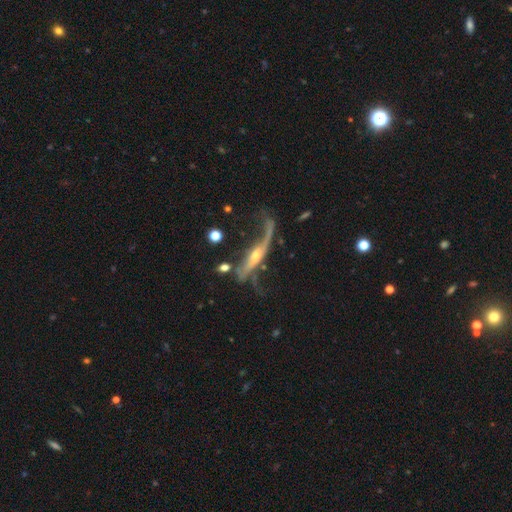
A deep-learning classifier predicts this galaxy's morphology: A featured or disk galaxy (84%). Merging: none (40%).